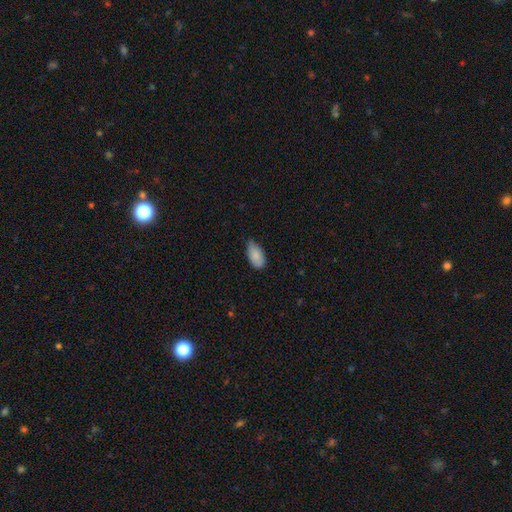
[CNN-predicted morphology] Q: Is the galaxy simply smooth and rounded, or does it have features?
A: smooth — 85%.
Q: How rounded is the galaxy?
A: in between — 94%.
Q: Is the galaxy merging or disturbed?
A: none — 61%.